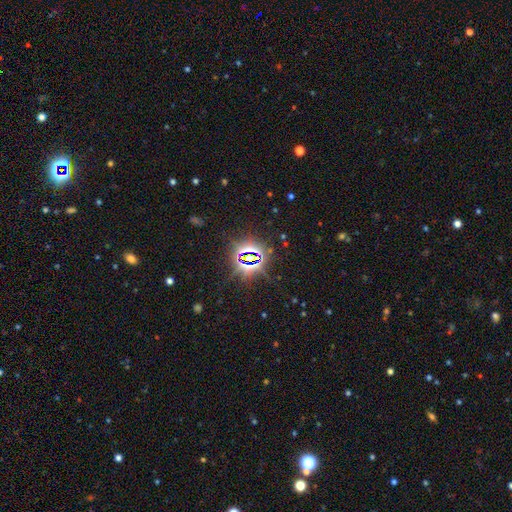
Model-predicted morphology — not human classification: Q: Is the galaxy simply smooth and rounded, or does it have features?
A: star or artifact — 83%.